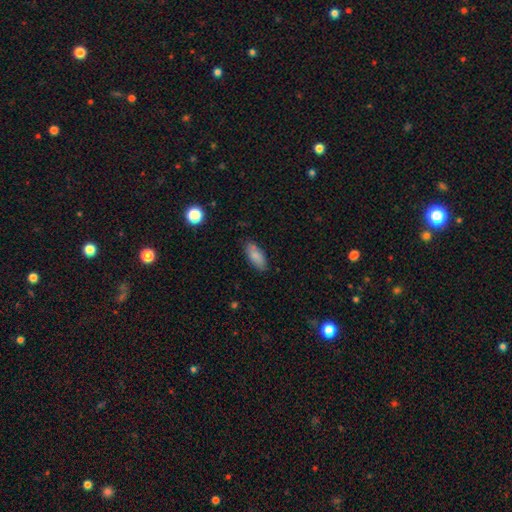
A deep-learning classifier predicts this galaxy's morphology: Smooth or featured? smooth (83%)
How rounded? in between (83%)
Merging? none (80%)